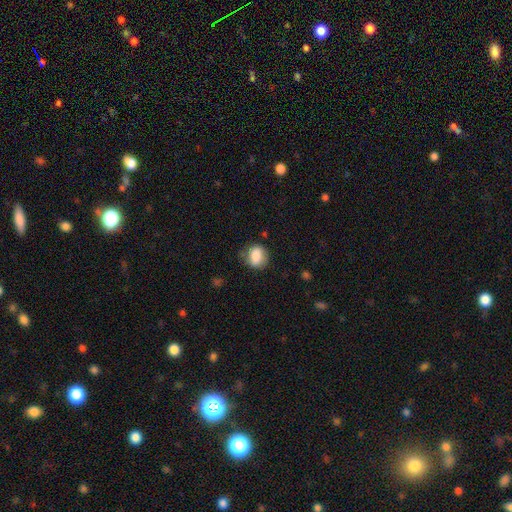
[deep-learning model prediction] Q: Smooth or featured?
A: smooth (81%); runner-up: featured or disk (11%)
Q: How rounded?
A: round (51%); runner-up: in between (47%)
Q: Merging?
A: none (70%); runner-up: minor disturbance (22%)